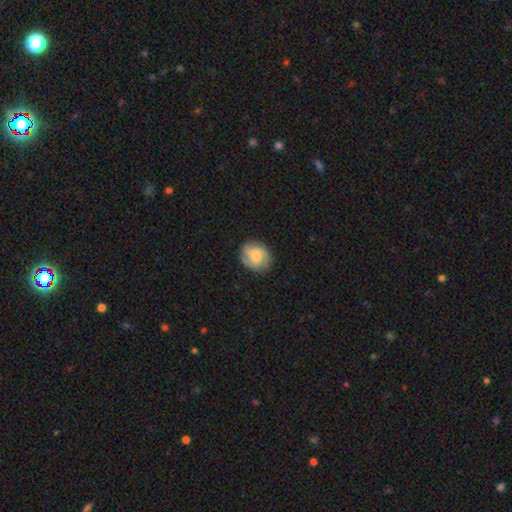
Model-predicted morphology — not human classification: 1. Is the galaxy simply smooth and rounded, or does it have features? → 61% featured or disk, 32% smooth, 7% star or artifact.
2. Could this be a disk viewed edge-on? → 98% no, 2% yes.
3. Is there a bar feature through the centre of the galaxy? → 66% no, 29% weak, 5% strong.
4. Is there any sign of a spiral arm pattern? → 93% yes, 7% no.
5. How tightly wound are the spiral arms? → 46% tight, 41% medium, 13% loose.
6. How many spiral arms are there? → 40% 3, 26% 2, 18% can't tell, 7% 4, 5% 1, 4% more than 4.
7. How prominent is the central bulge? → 41% small, 37% moderate, 11% none, 9% large, 2% dominant.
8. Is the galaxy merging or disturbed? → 80% none, 14% minor disturbance, 5% major disturbance, 1% merger.